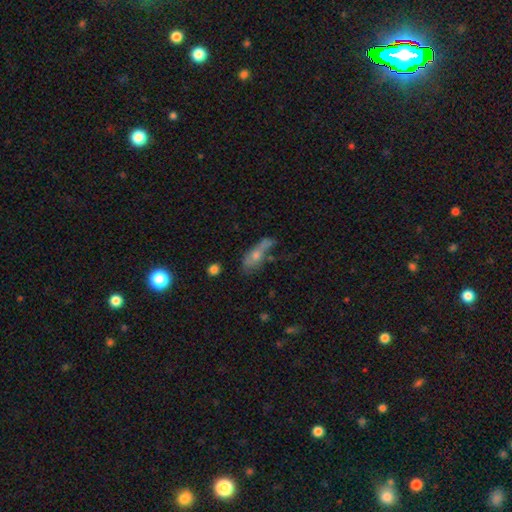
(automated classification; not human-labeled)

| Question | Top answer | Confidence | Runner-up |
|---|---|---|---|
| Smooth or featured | smooth | 50% | featured or disk (37%) |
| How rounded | in between | 51% | cigar-shaped (42%) |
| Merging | none | 37% | minor disturbance (25%) |